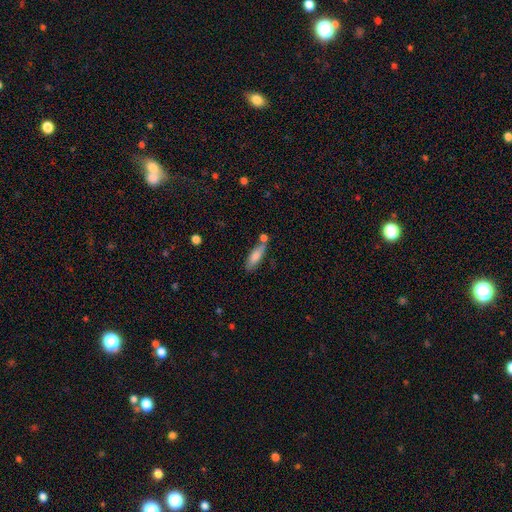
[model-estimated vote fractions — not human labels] smooth-or-featured: smooth: 78% | featured or disk: 15% | star or artifact: 7%
  how-rounded: in between: 52% | cigar-shaped: 46% | round: 2%
  merging: none: 55% | merger: 22% | minor disturbance: 18% | major disturbance: 5%